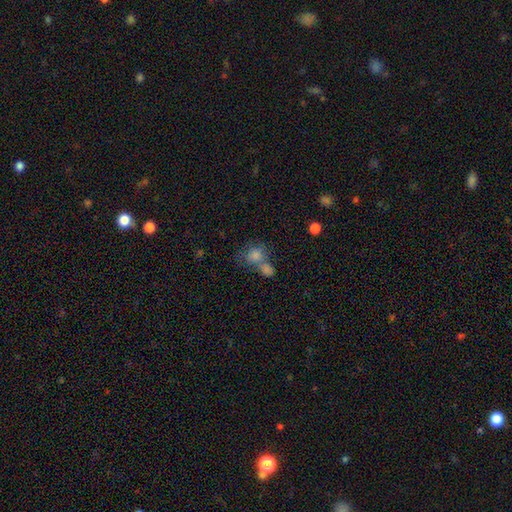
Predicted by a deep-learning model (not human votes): Q: Smooth or featured?
A: smooth (79%); runner-up: featured or disk (11%)
Q: How rounded?
A: round (65%); runner-up: in between (34%)
Q: Merging?
A: merger (53%); runner-up: none (30%)